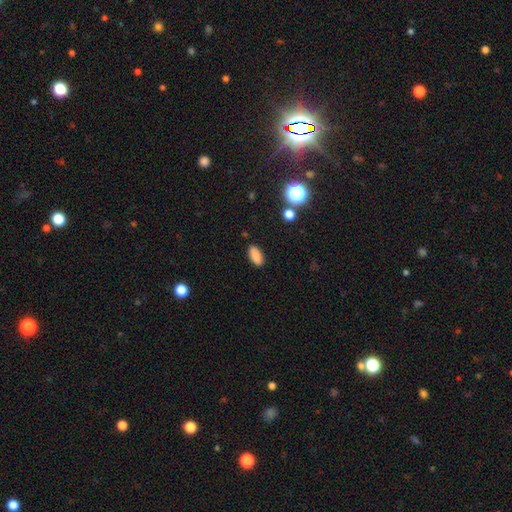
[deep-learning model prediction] A smooth galaxy with no disk features (84%) that is in between round and cigar-shaped (89%). Merging: none (87%).